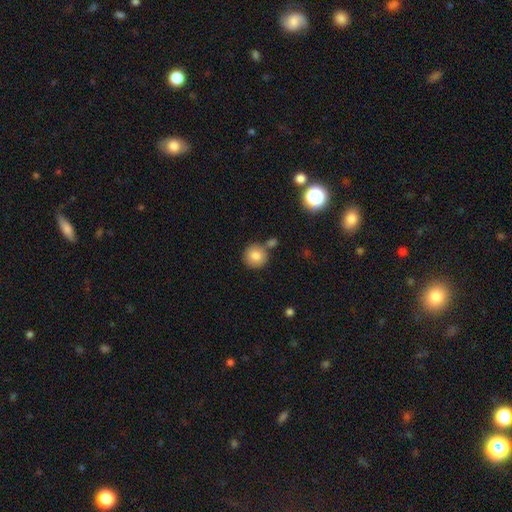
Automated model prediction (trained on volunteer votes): smooth 82%, star or artifact 10%, featured or disk 8%. Down the decision tree: how rounded — round (93%); merging — none (71%).